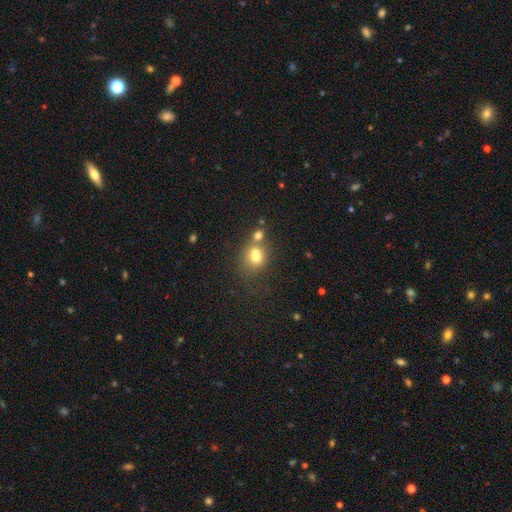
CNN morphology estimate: Smooth or featured?
  - smooth: 70% *
  - featured or disk: 17%
  - star or artifact: 13%
How rounded?
  - round: 56% *
  - in between: 42%
  - cigar-shaped: 1%
Merging?
  - merger: 50% *
  - none: 34%
  - minor disturbance: 11%
  - major disturbance: 6%